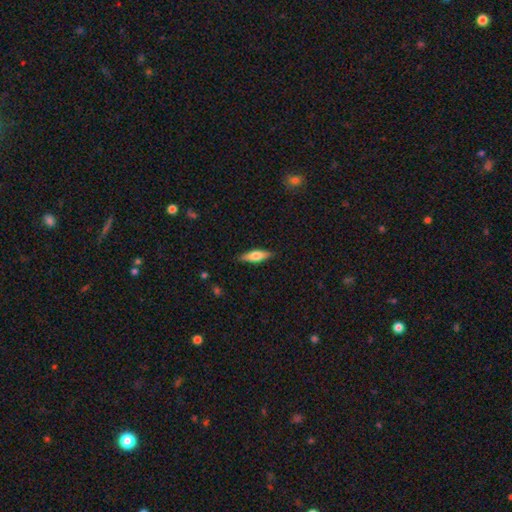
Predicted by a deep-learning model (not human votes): Q: Smooth or featured?
A: smooth (62%); runner-up: featured or disk (32%)
Q: How rounded?
A: cigar-shaped (49%); tied with: in between (49%)
Q: Merging?
A: none (87%); runner-up: minor disturbance (10%)